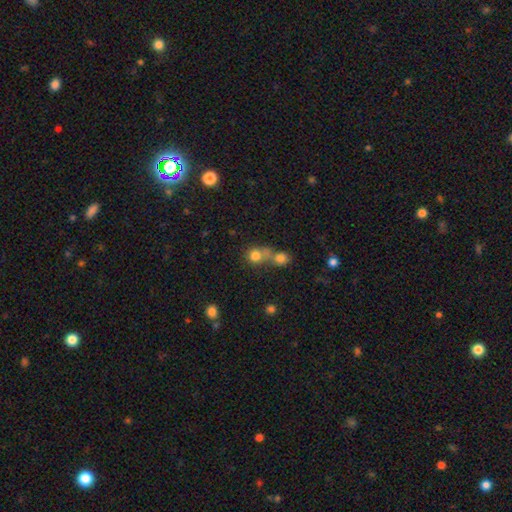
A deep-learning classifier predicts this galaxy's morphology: smooth_or_featured: smooth (p=0.78) [alt: star or artifact p=0.13]
how_rounded: round (p=0.84) [alt: in between p=0.14]
merging: merger (p=0.48) [alt: none p=0.40]